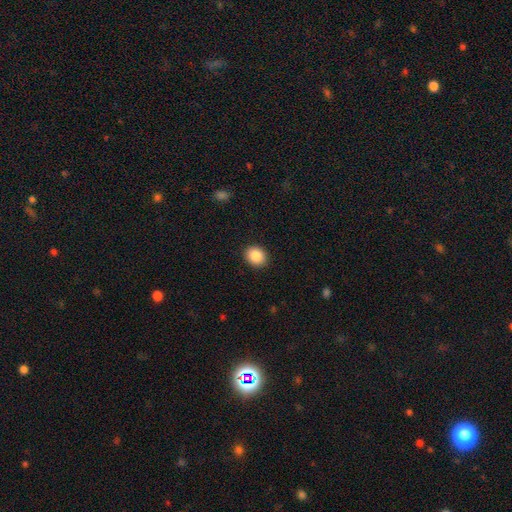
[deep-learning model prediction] The model was most divided on "how rounded": round: 62%, in between: 37%, cigar-shaped: 1%. More confident: merging — none (91%); smooth or featured — smooth (87%).